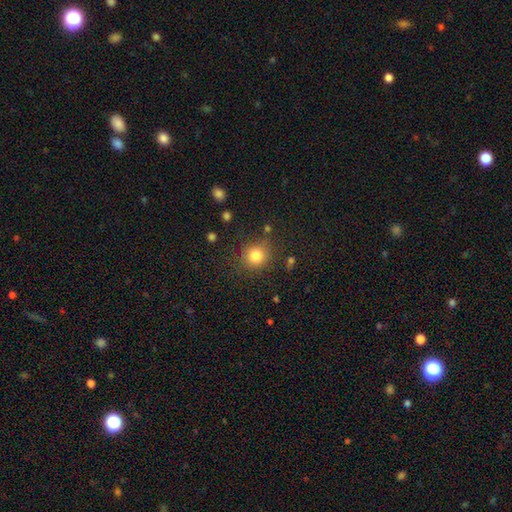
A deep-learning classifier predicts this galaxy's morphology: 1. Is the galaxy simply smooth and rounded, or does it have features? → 82% smooth, 12% star or artifact, 6% featured or disk.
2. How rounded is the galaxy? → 86% round, 13% in between, 1% cigar-shaped.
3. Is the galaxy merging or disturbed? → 81% none, 12% minor disturbance, 4% major disturbance, 3% merger.